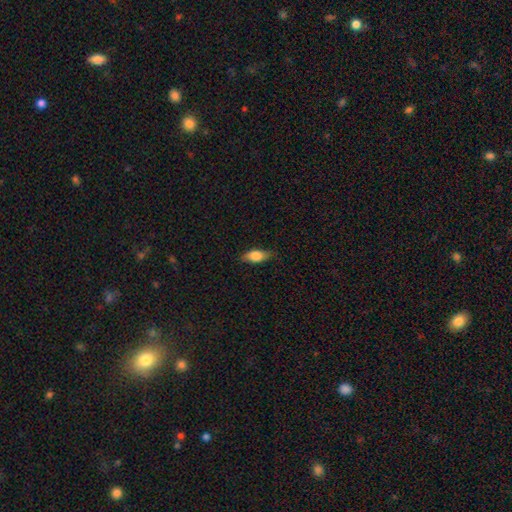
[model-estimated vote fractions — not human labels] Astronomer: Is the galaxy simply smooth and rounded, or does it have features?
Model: smooth — 76%.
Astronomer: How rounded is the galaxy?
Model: in between — 80%.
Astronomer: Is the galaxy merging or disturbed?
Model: none — 76%.